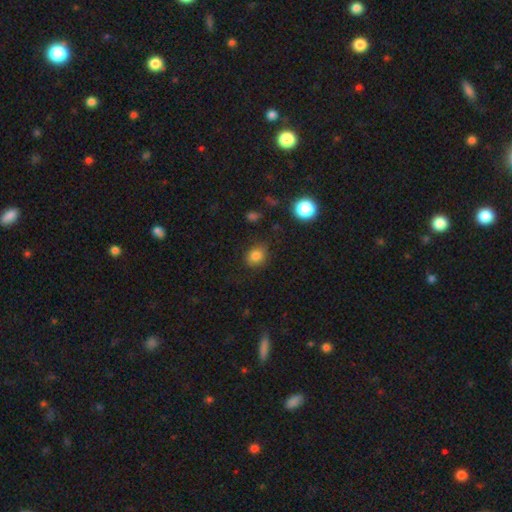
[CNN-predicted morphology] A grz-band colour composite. It shows a smooth galaxy with no disk features (82%) that is round (64%). Merging: none (80%).